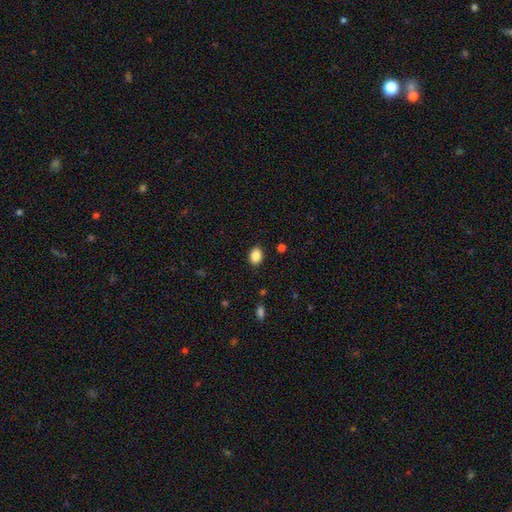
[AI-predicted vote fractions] Morphology: type=smooth (86%); roundness=in between (66%); merging=none (88%).